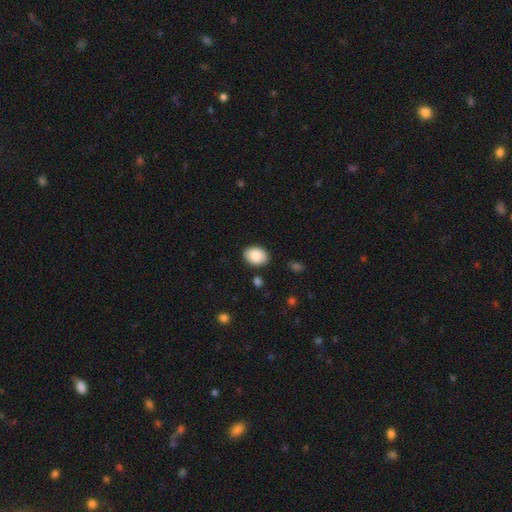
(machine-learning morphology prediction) A smooth galaxy with no disk features (87%) that is in between round and cigar-shaped (72%). Merging: none (86%).